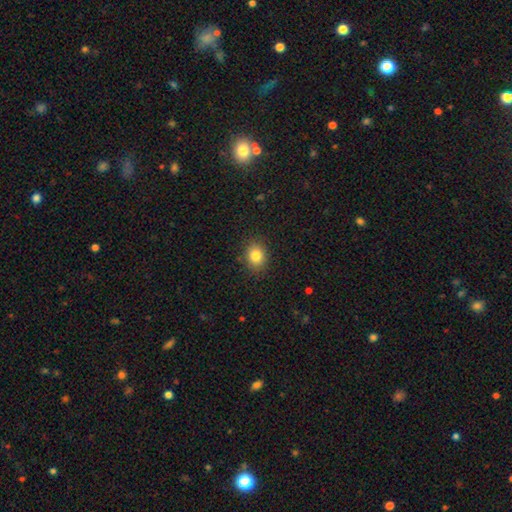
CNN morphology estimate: Smooth or featured: smooth — 82% (star or artifact — 11%)
How rounded: round — 55% (in between — 44%)
Merging: none — 88% (minor disturbance — 8%)